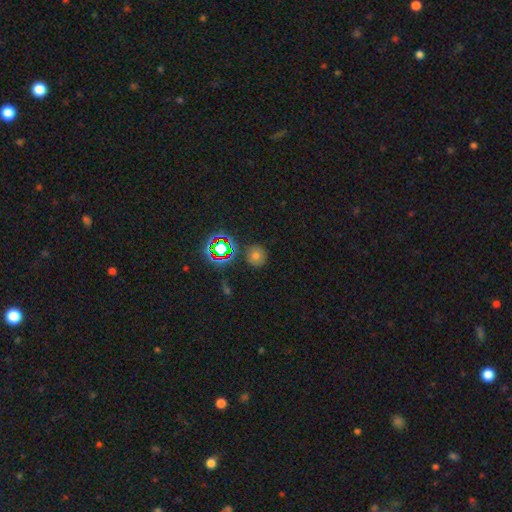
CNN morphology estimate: type=smooth (52%); roundness=round (89%); merging=none (82%).